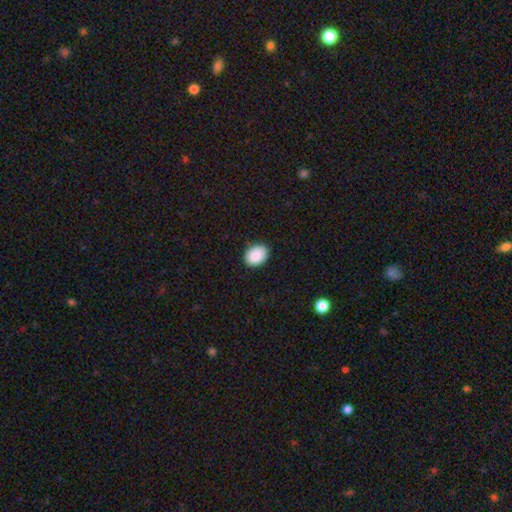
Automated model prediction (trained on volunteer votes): smooth_or_featured: smooth (p=0.89) [alt: star or artifact p=0.07]
how_rounded: in between (p=0.71) [alt: round p=0.28]
merging: none (p=0.86) [alt: minor disturbance p=0.11]